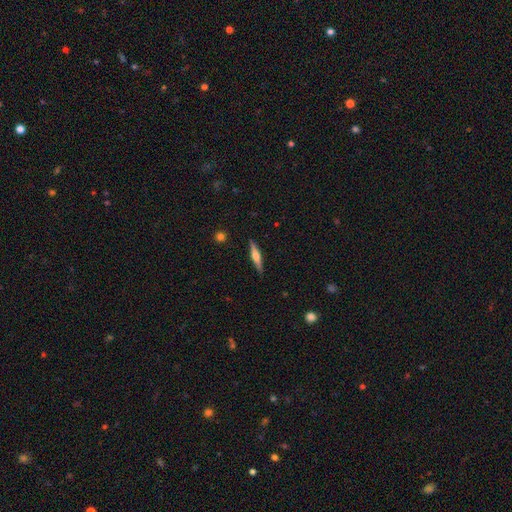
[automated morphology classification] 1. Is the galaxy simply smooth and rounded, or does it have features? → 58% featured or disk, 36% smooth, 6% star or artifact.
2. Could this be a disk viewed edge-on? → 97% yes, 3% no.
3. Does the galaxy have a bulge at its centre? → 85% rounded, 9% boxy, 6% none.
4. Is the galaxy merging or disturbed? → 90% none, 8% minor disturbance, 2% major disturbance, 1% merger.